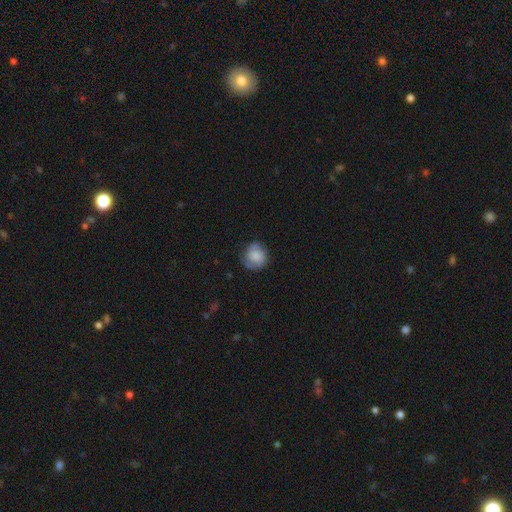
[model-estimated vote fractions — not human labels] Smooth or featured? smooth (62%)
How rounded? round (81%)
Merging? none (71%)